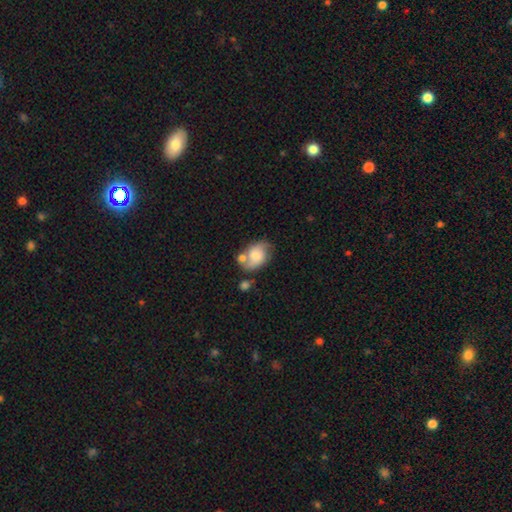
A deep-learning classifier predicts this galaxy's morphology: Overall: smooth (49%; featured or disk 43%). Merging: none (44%; merger 23%).